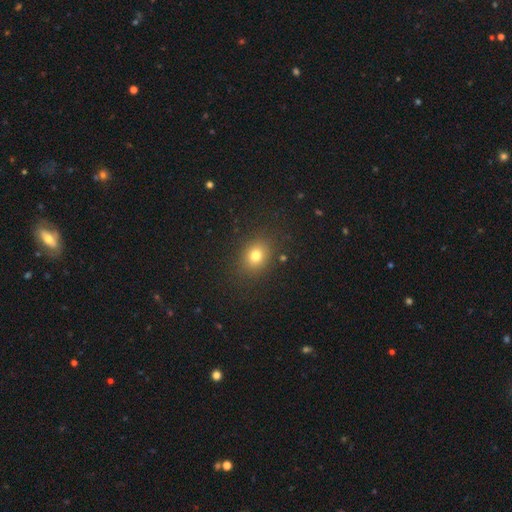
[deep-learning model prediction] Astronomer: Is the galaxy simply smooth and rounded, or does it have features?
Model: smooth — 77%.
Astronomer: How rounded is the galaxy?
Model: round — 57% (runner-up: in between, 42%).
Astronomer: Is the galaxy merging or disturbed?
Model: none — 85%.